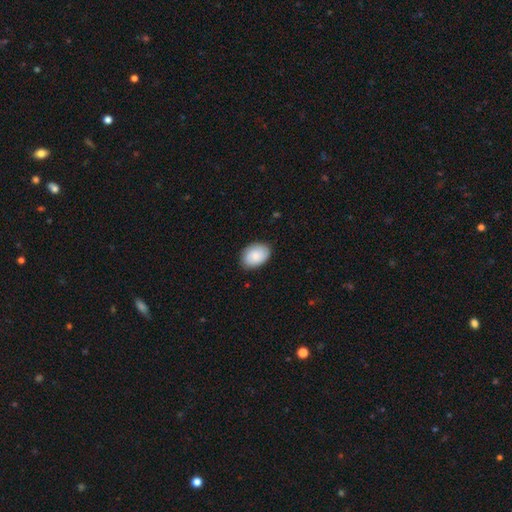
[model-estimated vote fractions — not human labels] A smooth galaxy with no disk features (82%) that is in between round and cigar-shaped (79%).

Vote fractions:
- Smooth or featured? smooth: 82% / featured or disk: 12% / star or artifact: 6%
- How rounded? in between: 79% / round: 20% / cigar-shaped: 1%
- Merging? none: 84% / minor disturbance: 12% / major disturbance: 2% / merger: 1%